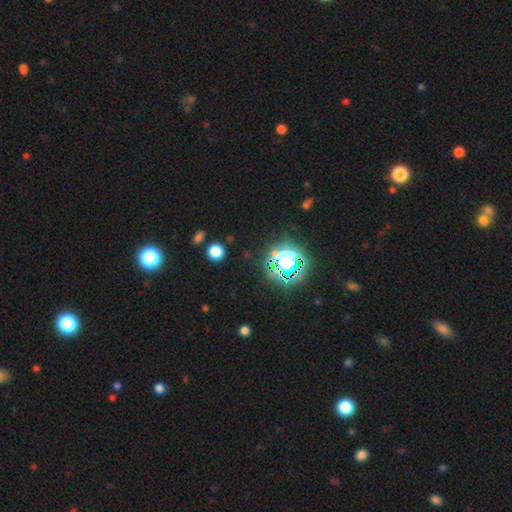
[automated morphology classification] A star or artifact, not a galaxy (79%).

Vote fractions:
- Smooth or featured? star or artifact: 79% / smooth: 14% / featured or disk: 7%